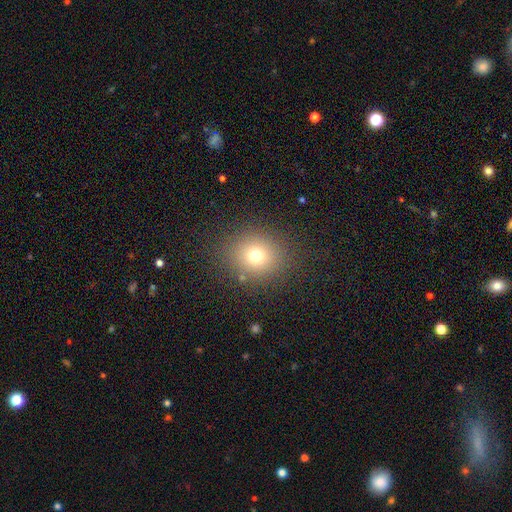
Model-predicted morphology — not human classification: Overall: smooth (72%). How rounded: round (77%). Merging: none (86%).